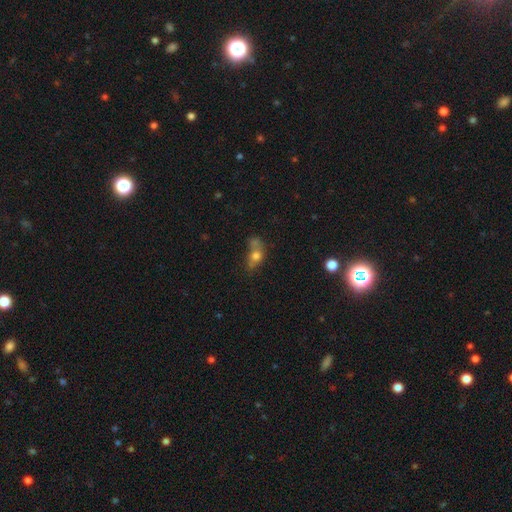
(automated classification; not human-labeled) This is likely a smooth galaxy (66%). How rounded: possibly in between (51%). Merging: marginally merger (39%).